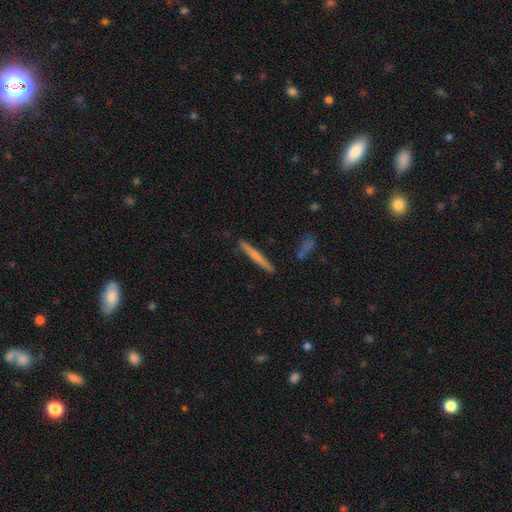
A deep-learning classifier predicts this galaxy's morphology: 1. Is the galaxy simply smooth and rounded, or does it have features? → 53% smooth, 42% featured or disk, 6% star or artifact.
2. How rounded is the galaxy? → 96% cigar-shaped, 3% in between, 2% round.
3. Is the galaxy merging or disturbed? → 89% none, 7% minor disturbance, 2% merger, 2% major disturbance.